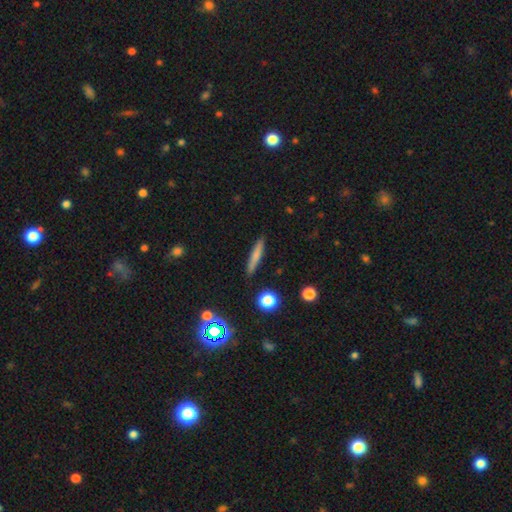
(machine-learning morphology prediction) This is likely a smooth galaxy (72%). How rounded: clearly cigar-shaped (91%). Merging: clearly none (89%).